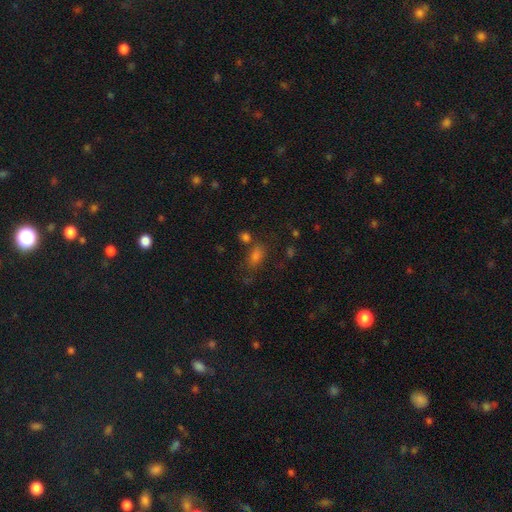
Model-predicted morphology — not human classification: Smooth or featured? Predicted: smooth (p=0.66). How rounded? Predicted: in between (p=0.81). Merging? Predicted: none (p=0.67).